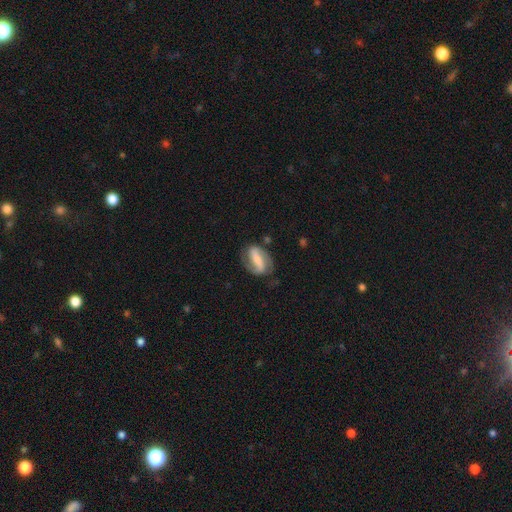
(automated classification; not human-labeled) Overall: featured or disk (74%). Edge-on disk: no (95%). Bar: strong (64%). Spiral arms: yes (89%). Spiral arm count: 2 (82%). Spiral winding: medium (42%; tight 29%). Bulge size: small (34%; none 28%). Merging: none (70%).